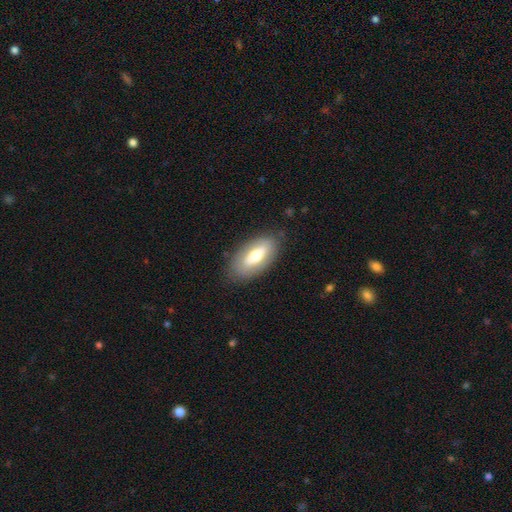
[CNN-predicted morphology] This appears to be a smooth galaxy with no disk features (61%) that is in between round and cigar-shaped (87%). Merging: none (82%).